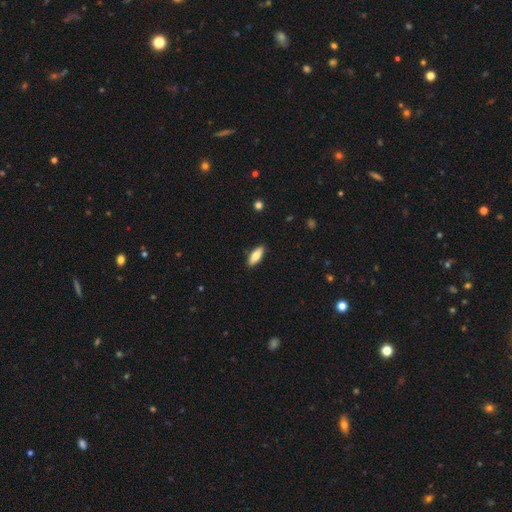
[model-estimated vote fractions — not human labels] A smooth galaxy with no disk features (73%) that is in between round and cigar-shaped (70%). Merging: none (89%).